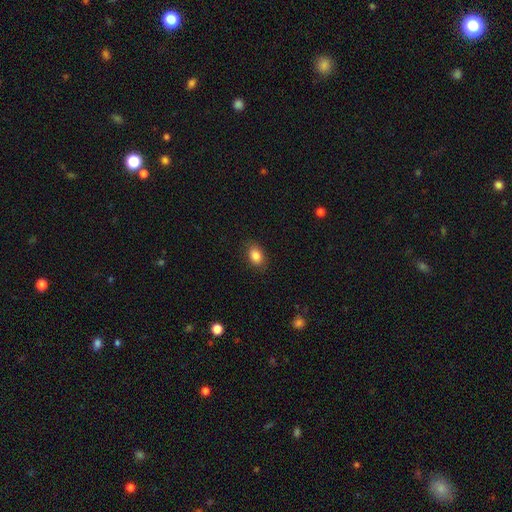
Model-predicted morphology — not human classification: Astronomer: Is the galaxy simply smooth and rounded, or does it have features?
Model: smooth — 86%.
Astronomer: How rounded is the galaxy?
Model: in between — 78%.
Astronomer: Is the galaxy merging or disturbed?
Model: none — 86%.